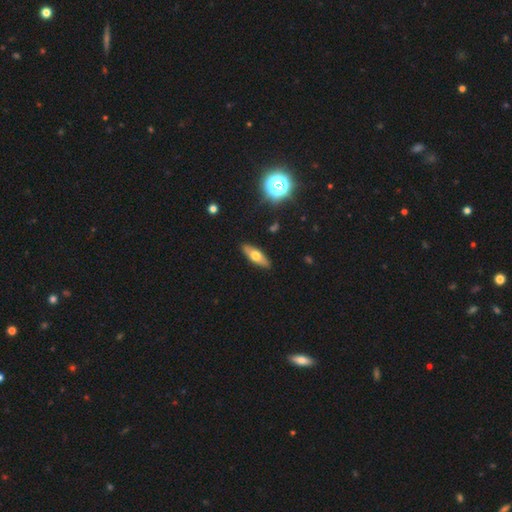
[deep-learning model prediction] smooth_or_featured: smooth (p=0.55) [alt: featured or disk p=0.37]
how_rounded: in between (p=0.61) [alt: cigar-shaped p=0.35]
merging: none (p=0.88) [alt: minor disturbance p=0.09]